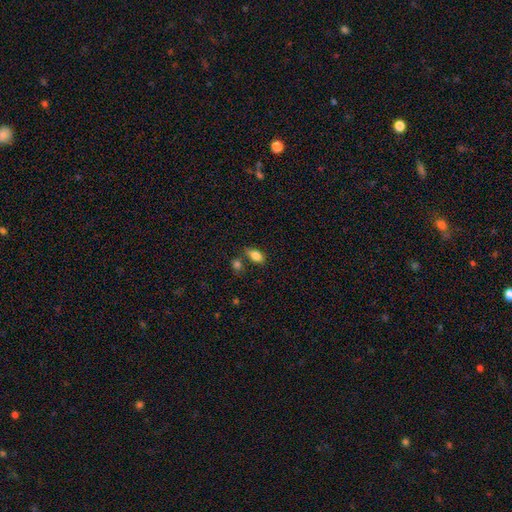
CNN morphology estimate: Smooth or featured? Predicted: smooth (p=0.82). How rounded? Predicted: in between (p=0.86). Merging? Predicted: none (p=0.64).